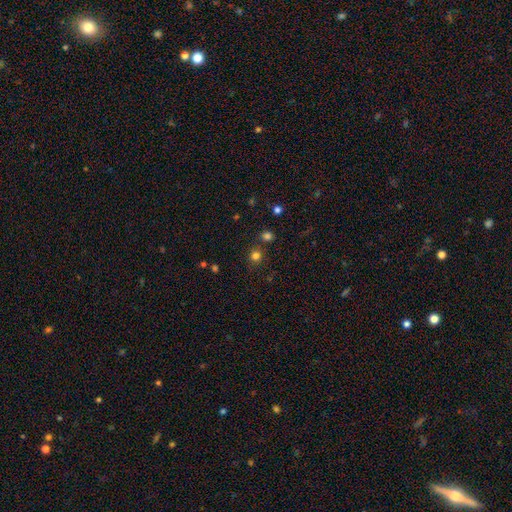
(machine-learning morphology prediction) A smooth galaxy with no disk features (76%) that is round (90%). Merging: none (81%).